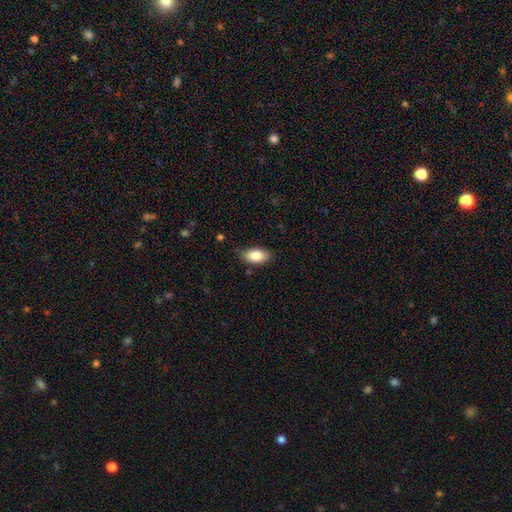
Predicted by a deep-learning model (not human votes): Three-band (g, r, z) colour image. It shows a smooth galaxy with no disk features (84%) that is in between round and cigar-shaped (92%). Merging: none (80%).